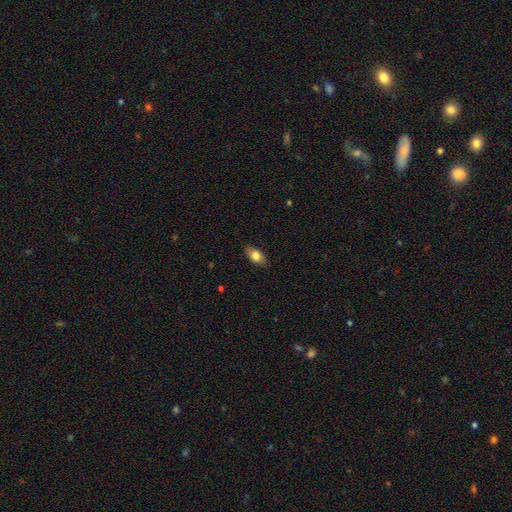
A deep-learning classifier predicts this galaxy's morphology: A smooth galaxy with no disk features (80%) that is in between round and cigar-shaped (88%). Merging: none (85%).